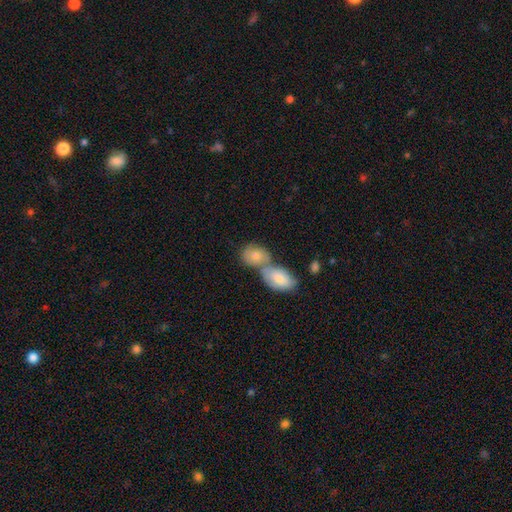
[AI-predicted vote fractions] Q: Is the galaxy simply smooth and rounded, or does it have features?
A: smooth — 74%.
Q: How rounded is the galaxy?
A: in between — 68%.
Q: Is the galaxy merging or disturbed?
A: merger — 62%.